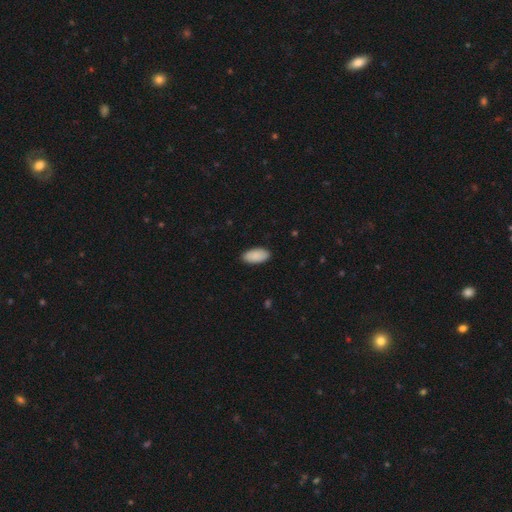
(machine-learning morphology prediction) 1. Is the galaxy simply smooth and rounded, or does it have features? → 91% smooth, 6% star or artifact, 3% featured or disk.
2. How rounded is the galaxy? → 95% in between, 3% cigar-shaped, 2% round.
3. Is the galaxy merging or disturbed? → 89% none, 9% minor disturbance, 2% major disturbance, 1% merger.